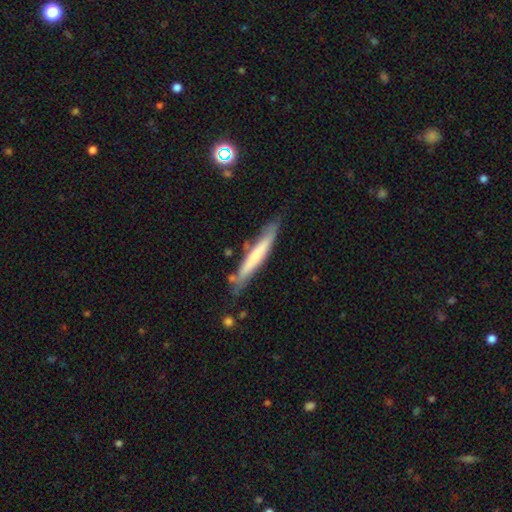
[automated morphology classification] Smooth or featured? smooth (53%)
How rounded? cigar-shaped (94%)
Merging? none (74%)